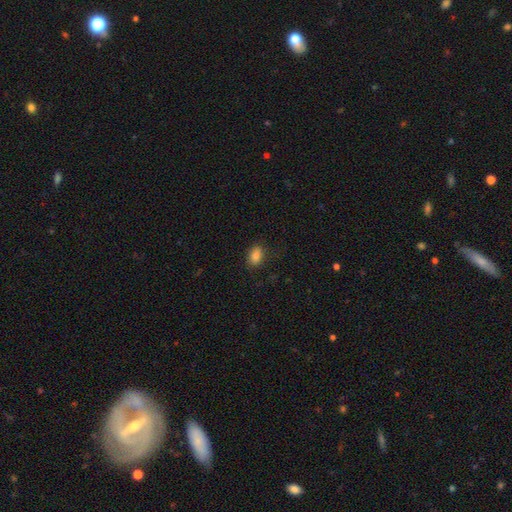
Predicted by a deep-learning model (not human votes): Overall: smooth (85%). How rounded: in between (83%). Merging: none (82%).